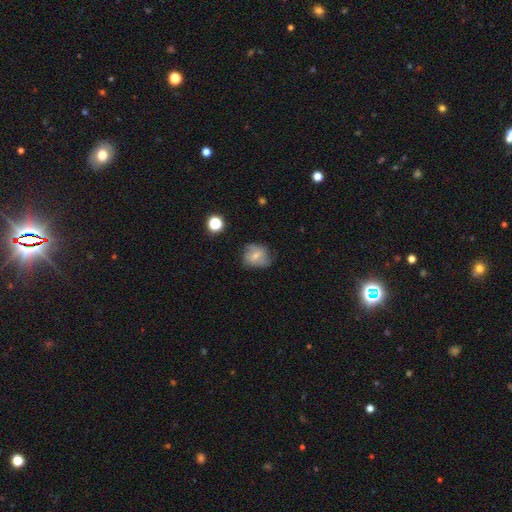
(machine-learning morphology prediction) Q: Smooth or featured?
A: smooth (58%); runner-up: featured or disk (31%)
Q: How rounded?
A: round (60%); runner-up: in between (39%)
Q: Merging?
A: none (59%); runner-up: minor disturbance (29%)